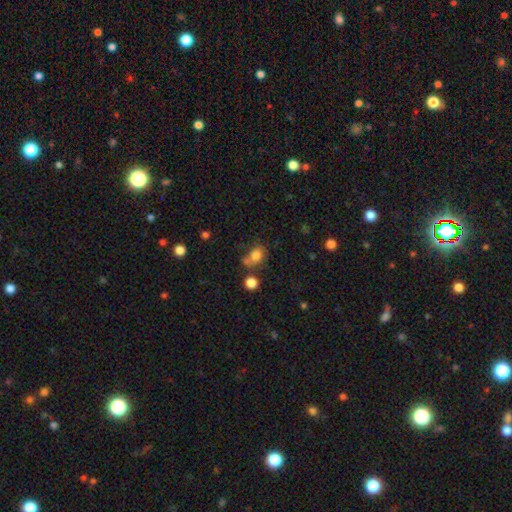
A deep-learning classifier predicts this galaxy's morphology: Smooth or featured: smooth — 76% (star or artifact — 13%)
How rounded: in between — 51% (round — 47%)
Merging: none — 44% (merger — 23%)